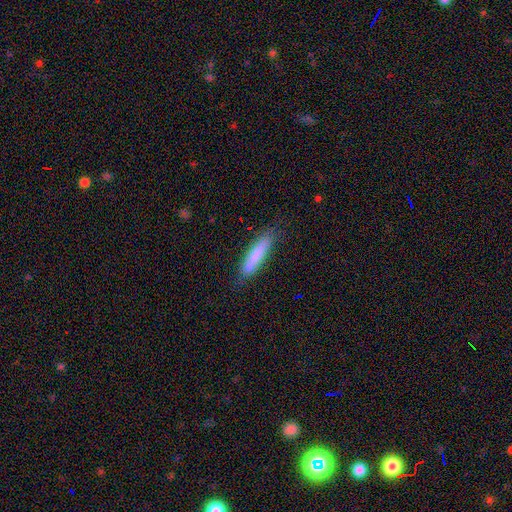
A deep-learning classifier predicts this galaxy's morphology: smooth_or_featured: smooth (p=0.78) [alt: featured or disk p=0.16]
how_rounded: cigar-shaped (p=0.85) [alt: in between p=0.14]
merging: none (p=0.77) [alt: minor disturbance p=0.17]